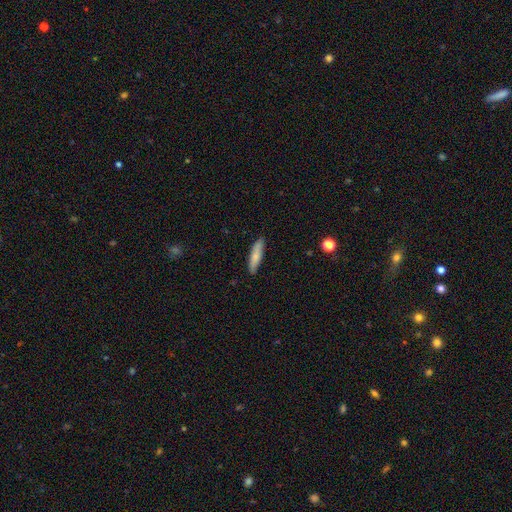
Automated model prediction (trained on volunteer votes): The model was most divided on "how rounded": cigar-shaped: 78%, in between: 20%, round: 2%. More confident: merging — none (86%); smooth or featured — smooth (77%).